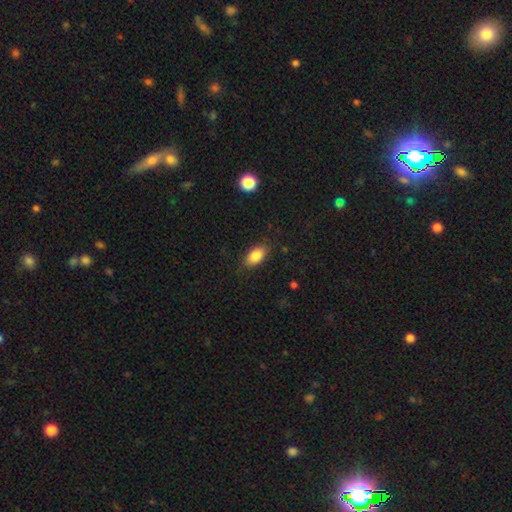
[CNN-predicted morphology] Smooth or featured? smooth (84%)
How rounded? in between (90%)
Merging? none (84%)